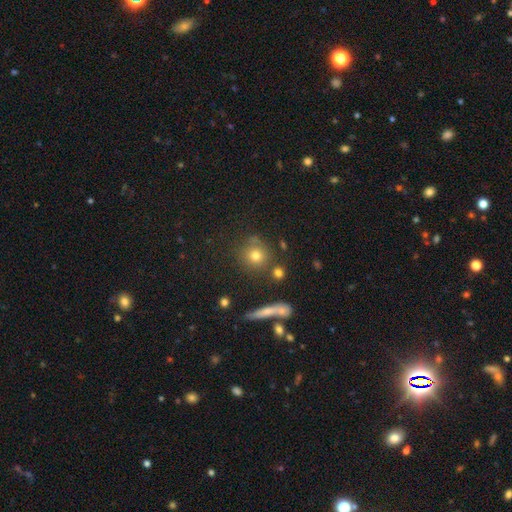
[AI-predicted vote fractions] This is likely a smooth galaxy (72%). How rounded: clearly round (88%). Merging: likely none (73%).